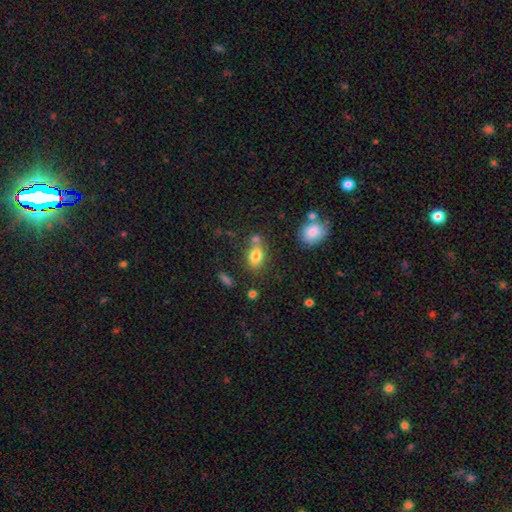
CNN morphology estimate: Smooth or featured? smooth (80%)
How rounded? in between (79%)
Merging? none (59%)